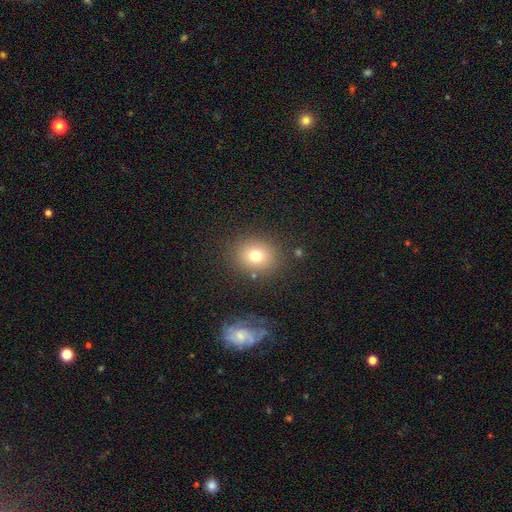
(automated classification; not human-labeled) Smooth or featured? smooth (75%)
How rounded? round (70%)
Merging? none (84%)